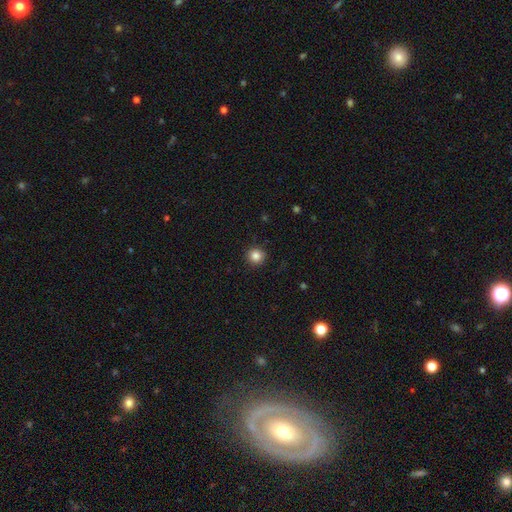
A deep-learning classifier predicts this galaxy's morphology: type=smooth (84%); roundness=round (93%); merging=none (91%).